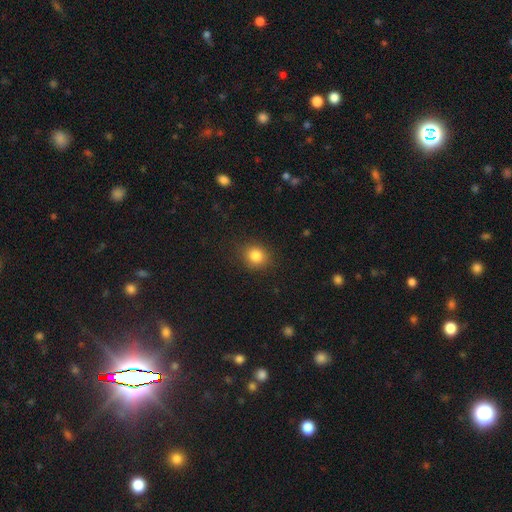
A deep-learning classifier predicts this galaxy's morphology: Smooth or featured: smooth — 84% (star or artifact — 11%)
How rounded: round — 79% (in between — 20%)
Merging: none — 87% (minor disturbance — 9%)